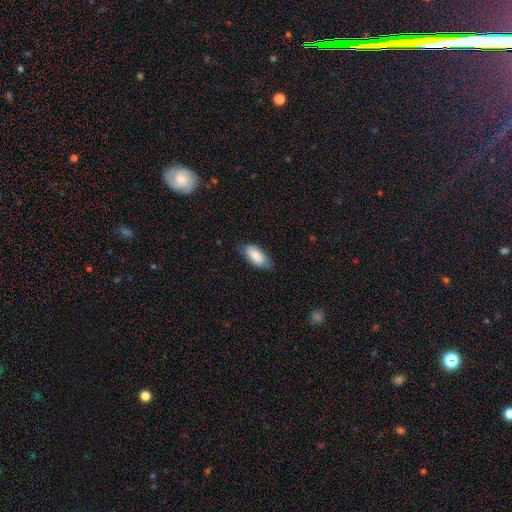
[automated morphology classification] smooth_or_featured: smooth (p=0.81) [alt: featured or disk p=0.13]
how_rounded: in between (p=0.90) [alt: cigar-shaped p=0.07]
merging: none (p=0.71) [alt: minor disturbance p=0.23]